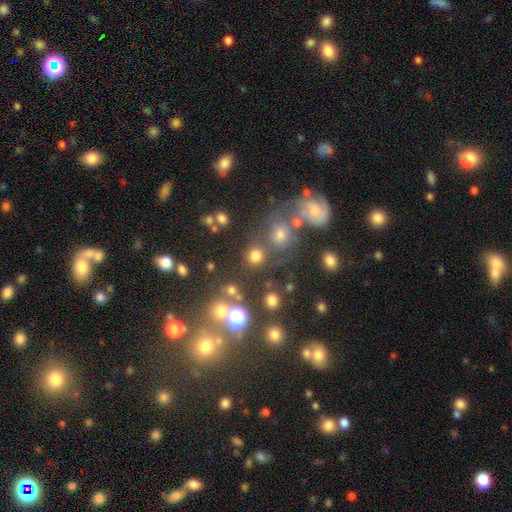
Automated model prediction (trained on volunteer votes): smooth 76%, star or artifact 17%, featured or disk 7%. Down the decision tree: how rounded — round (87%); merging — none (71%).